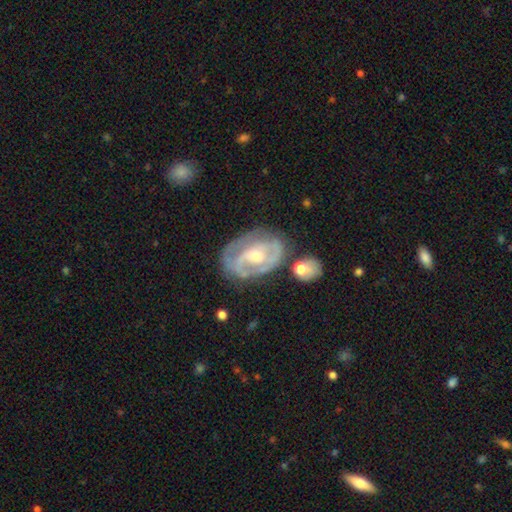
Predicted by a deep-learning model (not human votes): Smooth or featured?
  - featured or disk: 77% *
  - smooth: 17%
  - star or artifact: 6%
Edge-on disk?
  - no: 95% *
  - yes: 5%
Bar?
  - no: 45% *
  - weak: 39%
  - strong: 16%
Spiral arms?
  - yes: 77% *
  - no: 23%
Spiral winding?
  - tight: 49% *
  - medium: 37%
  - loose: 14%
Spiral arm count?
  - 2: 51% *
  - can't tell: 29%
  - 1: 10%
  - 3: 7%
  - 4: 2%
  - more than 4: 2%
Bulge size?
  - moderate: 54% *
  - small: 35%
  - large: 6%
  - none: 3%
  - dominant: 1%
Merging?
  - none: 61% *
  - minor disturbance: 22%
  - major disturbance: 10%
  - merger: 7%